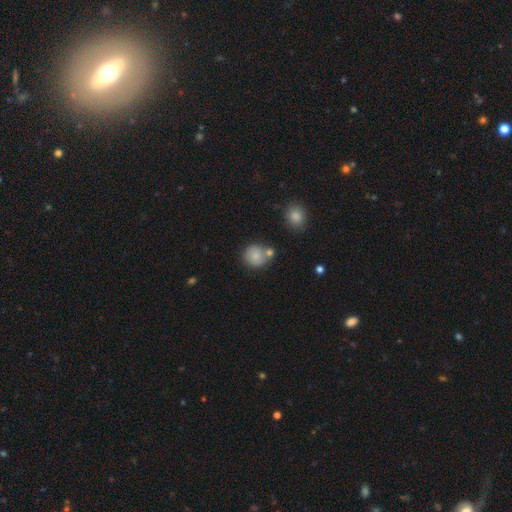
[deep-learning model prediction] smooth_or_featured: smooth (p=0.79) [alt: featured or disk p=0.12]
how_rounded: round (p=0.87) [alt: in between p=0.12]
merging: none (p=0.62) [alt: merger p=0.20]